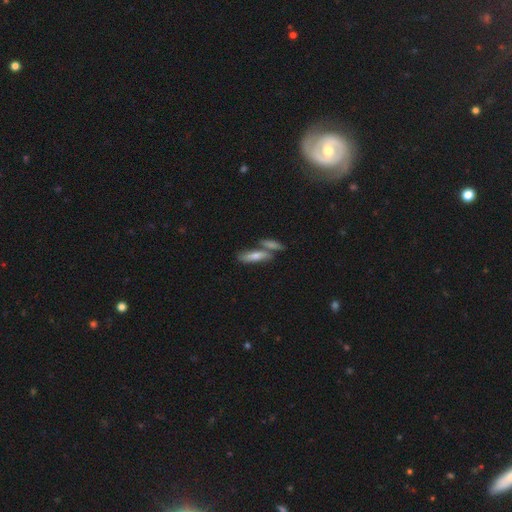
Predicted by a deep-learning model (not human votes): Smooth or featured? Predicted: smooth (p=0.61). How rounded? Predicted: cigar-shaped (p=0.55). Merging? Predicted: none (p=0.52).